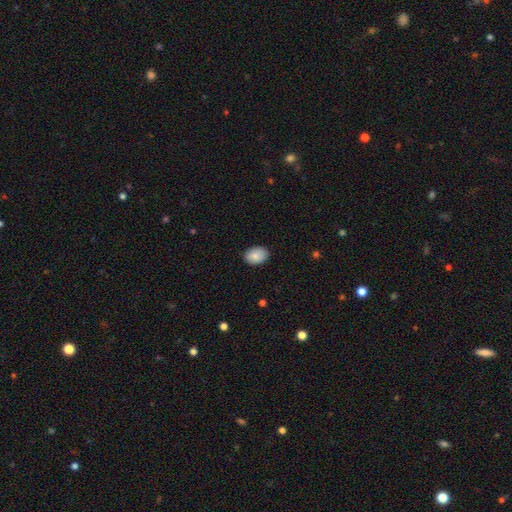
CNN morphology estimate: Overall: smooth (88%). How rounded: in between (83%). Merging: none (87%).